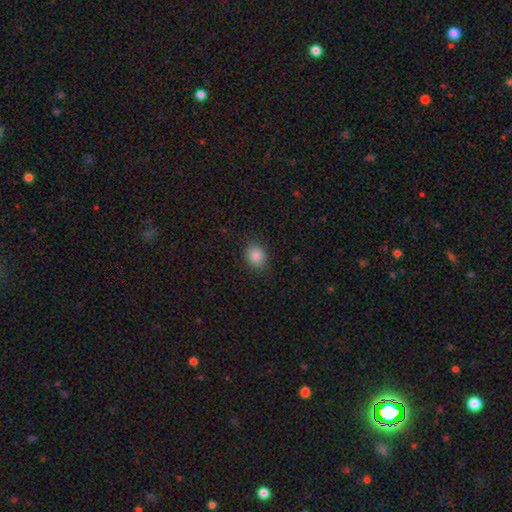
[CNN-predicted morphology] smooth-or-featured: smooth: 86% | star or artifact: 10% | featured or disk: 4%
  how-rounded: round: 55% | in between: 44% | cigar-shaped: 1%
  merging: none: 87% | minor disturbance: 10% | major disturbance: 3% | merger: 1%